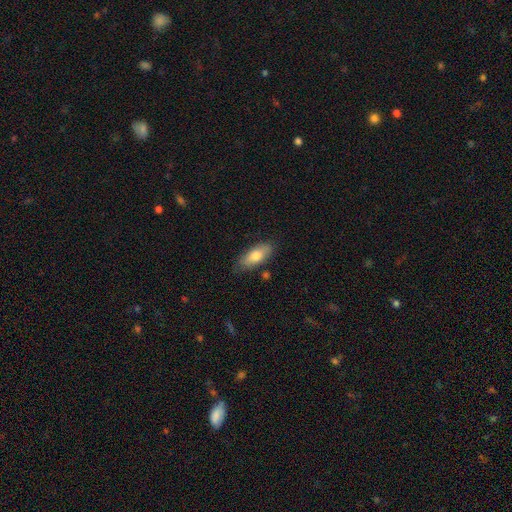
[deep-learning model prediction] The model was most divided on "smooth or featured": smooth: 74%, featured or disk: 20%, star or artifact: 6%. More confident: merging — none (79%); how rounded — in between (77%).